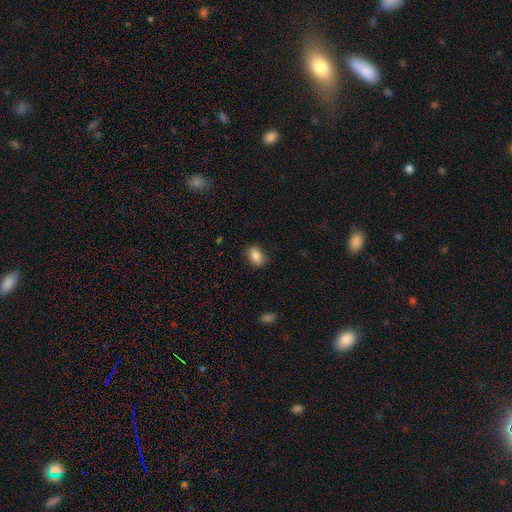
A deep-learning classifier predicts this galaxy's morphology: Smooth or featured: smooth — 87% (star or artifact — 8%)
How rounded: in between — 83% (round — 16%)
Merging: none — 82% (minor disturbance — 14%)